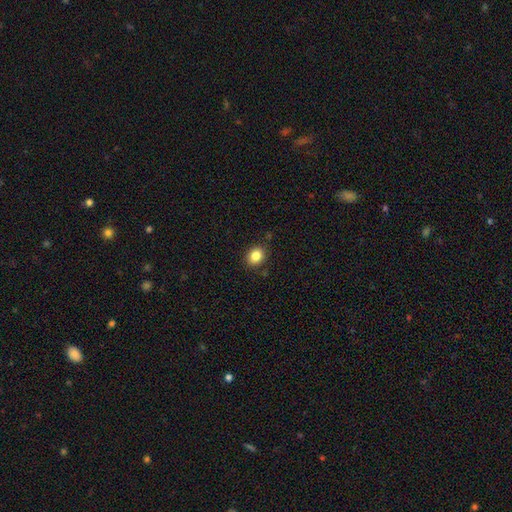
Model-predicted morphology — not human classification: A smooth galaxy with no disk features (85%) that is in between round and cigar-shaped (52%).

Vote fractions:
- Smooth or featured? smooth: 85% / star or artifact: 9% / featured or disk: 6%
- How rounded? in between: 52% / round: 48% / cigar-shaped: 1%
- Merging? none: 85% / minor disturbance: 11% / major disturbance: 3% / merger: 2%